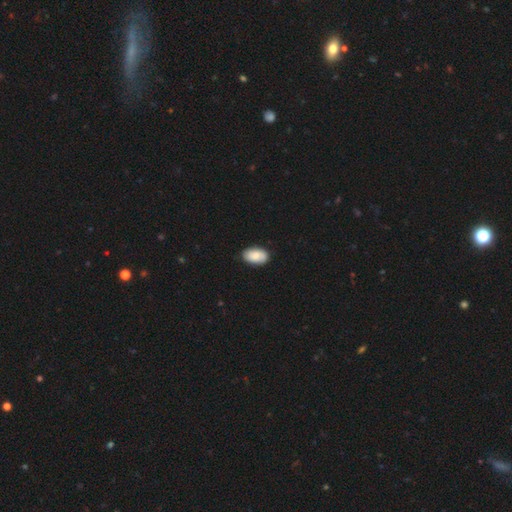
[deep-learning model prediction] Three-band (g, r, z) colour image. It shows a smooth galaxy with no disk features (76%) that is in between round and cigar-shaped (93%). Merging: none (83%).